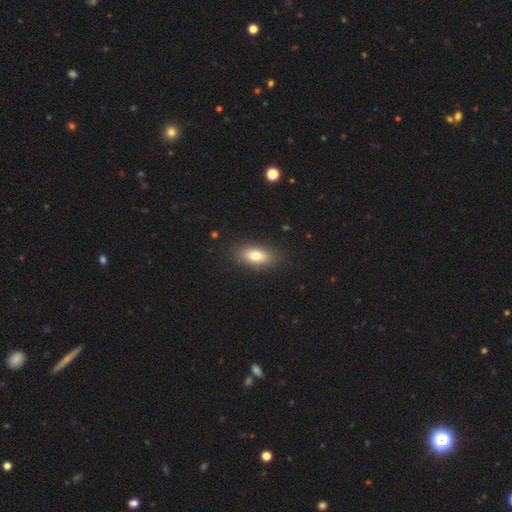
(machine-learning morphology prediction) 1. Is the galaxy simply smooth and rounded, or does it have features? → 79% smooth, 13% featured or disk, 8% star or artifact.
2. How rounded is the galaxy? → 85% in between, 9% cigar-shaped, 6% round.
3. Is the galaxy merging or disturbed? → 86% none, 10% minor disturbance, 3% major disturbance, 1% merger.